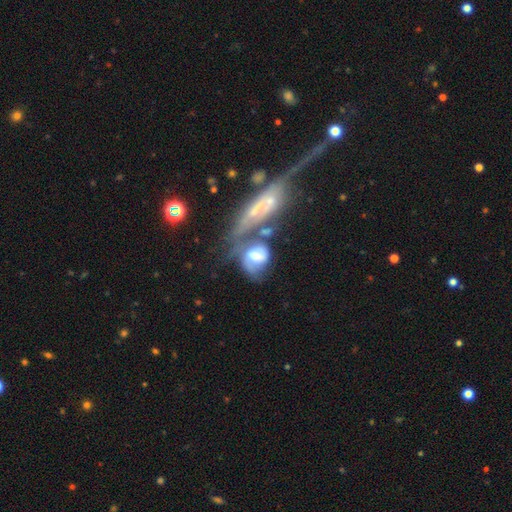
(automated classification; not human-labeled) A featured or disk galaxy (55%). Merging: merger (46%).